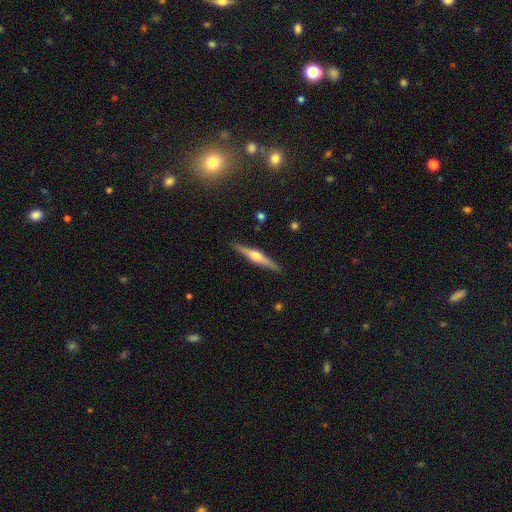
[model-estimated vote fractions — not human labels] Overall: featured or disk (71%). Edge-on disk: yes (98%). Edge-on bulge: rounded (89%). Merging: none (90%).